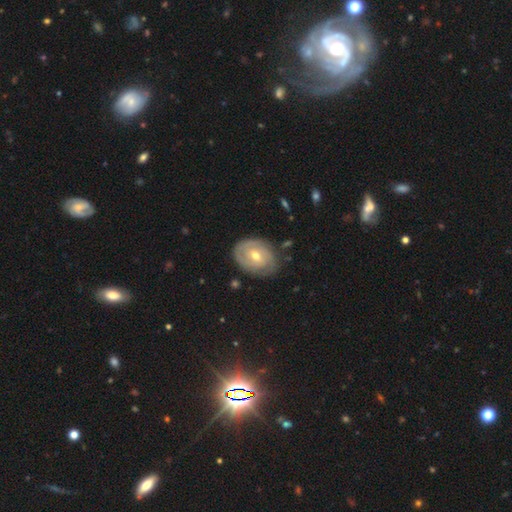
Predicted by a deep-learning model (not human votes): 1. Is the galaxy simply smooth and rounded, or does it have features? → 63% featured or disk, 30% smooth, 6% star or artifact.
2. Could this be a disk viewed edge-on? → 95% no, 5% yes.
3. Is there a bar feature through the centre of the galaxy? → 58% no, 34% weak, 8% strong.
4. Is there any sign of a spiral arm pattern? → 66% yes, 34% no.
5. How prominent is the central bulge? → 58% moderate, 38% small, 2% large, 1% none, 1% dominant.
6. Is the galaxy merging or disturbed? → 73% none, 20% minor disturbance, 5% major disturbance, 2% merger.